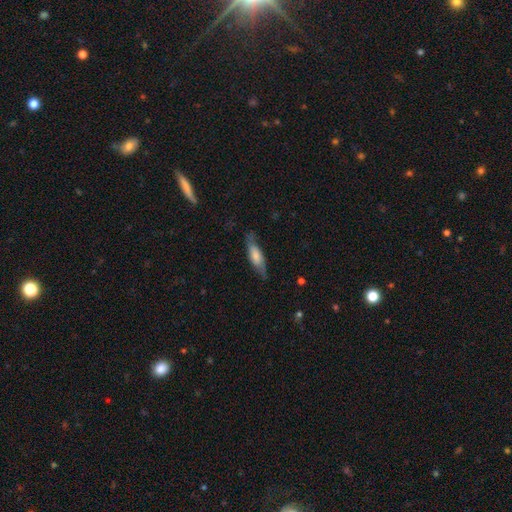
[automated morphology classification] Smooth or featured? Predicted: smooth (p=0.58). How rounded? Predicted: cigar-shaped (p=0.52). Merging? Predicted: none (p=0.71).